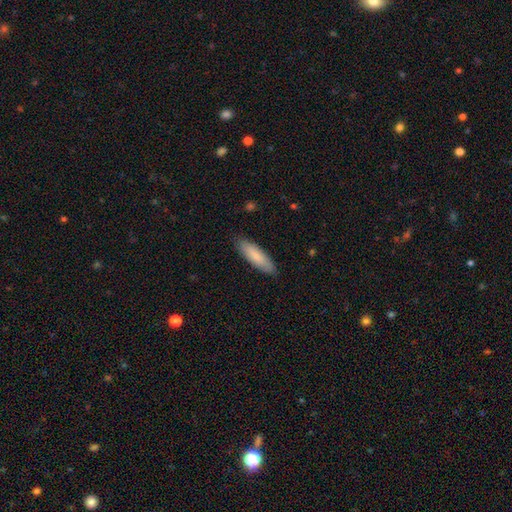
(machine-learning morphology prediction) The model was most divided on "how rounded": cigar-shaped: 58%, in between: 41%, round: 1%. More confident: merging — none (86%); smooth or featured — smooth (81%).